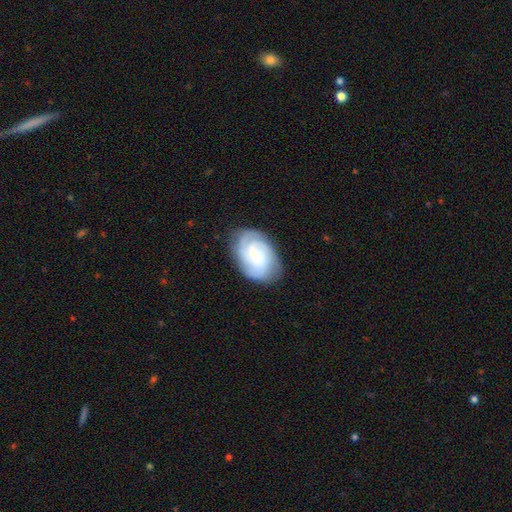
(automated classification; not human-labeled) A featured or disk galaxy (74%) with no bar (49%), tight (56%) spiral arms (95%) and a small central bulge (69%).

Vote fractions:
- Smooth or featured? featured or disk: 74% / smooth: 20% / star or artifact: 6%
- Edge-on disk? no: 97% / yes: 3%
- Bar? no: 49% / weak: 43% / strong: 8%
- Spiral arms? yes: 95% / no: 5%
- Spiral winding? tight: 56% / medium: 35% / loose: 8%
- Spiral arm count? can't tell: 29% / 2: 27% / 3: 27% / 4: 8% / 1: 5% / more than 4: 4%
- Bulge size? small: 69% / moderate: 23% / none: 5% / large: 2% / dominant: 1%
- Merging? none: 76% / minor disturbance: 17% / major disturbance: 5% / merger: 1%